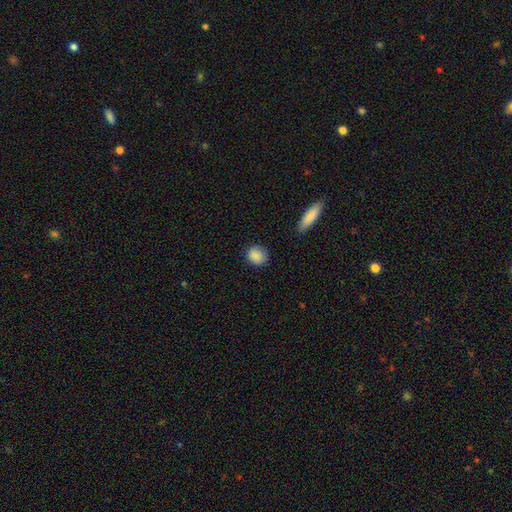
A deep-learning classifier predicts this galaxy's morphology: smooth 88%, star or artifact 8%, featured or disk 4%. Down the decision tree: how rounded — round (80%); merging — none (81%).